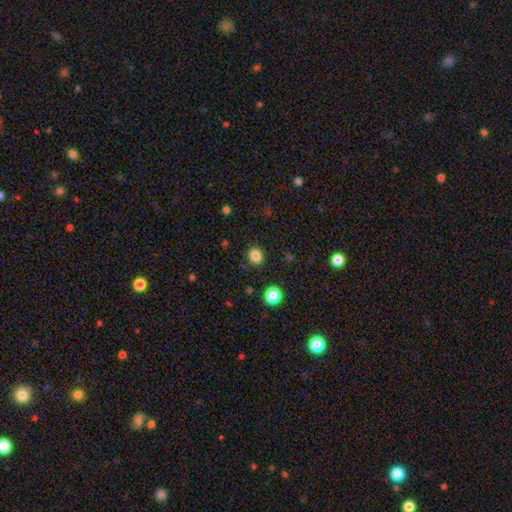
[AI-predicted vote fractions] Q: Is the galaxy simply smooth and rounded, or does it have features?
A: smooth — 83%.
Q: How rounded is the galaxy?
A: round — 83%.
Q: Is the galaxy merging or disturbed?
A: none — 89%.